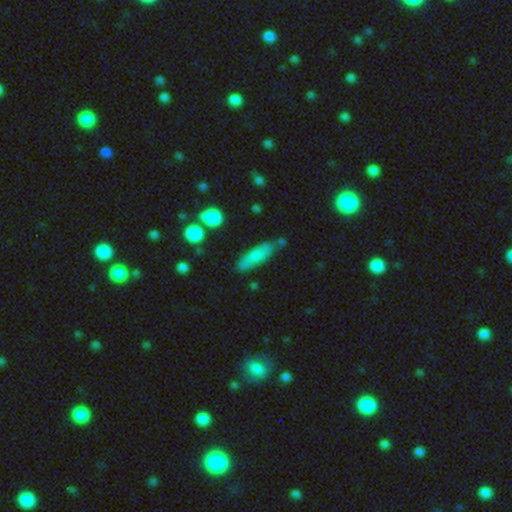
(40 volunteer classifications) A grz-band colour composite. It shows a smooth galaxy with no disk features (62%) that is cigar-shaped (64%). Merging: none (54%).